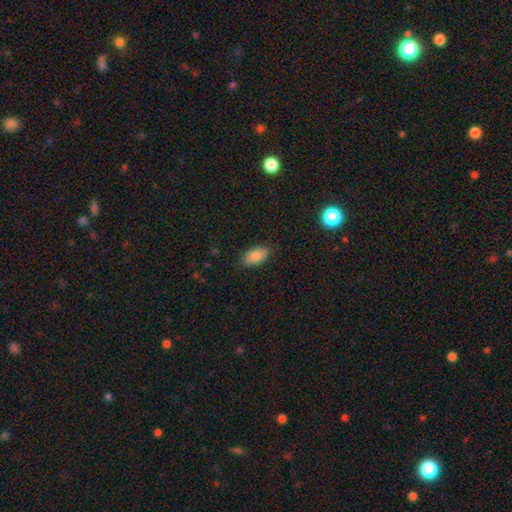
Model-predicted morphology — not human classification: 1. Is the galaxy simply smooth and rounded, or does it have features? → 84% smooth, 8% star or artifact, 8% featured or disk.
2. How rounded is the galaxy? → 93% in between, 4% cigar-shaped, 4% round.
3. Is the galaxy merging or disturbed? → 85% none, 11% minor disturbance, 3% major disturbance, 1% merger.